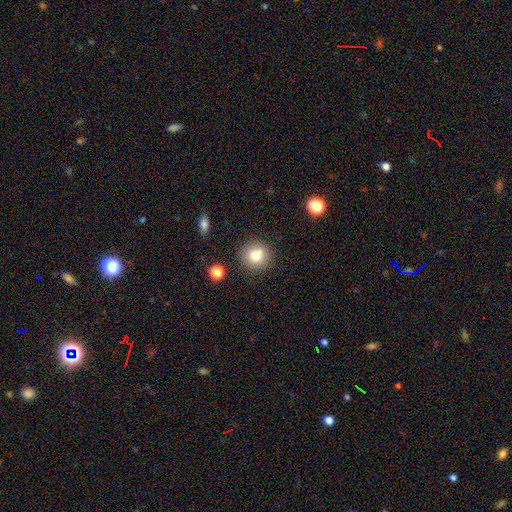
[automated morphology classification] Smooth or featured? Predicted: smooth (p=0.77). How rounded? Predicted: round (p=0.91). Merging? Predicted: none (p=0.80).